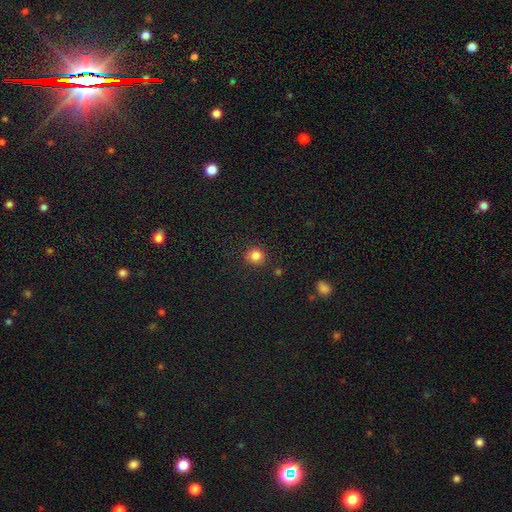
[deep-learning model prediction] This appears to be a smooth galaxy with no disk features (84%) that is round (91%). Merging: none (88%).